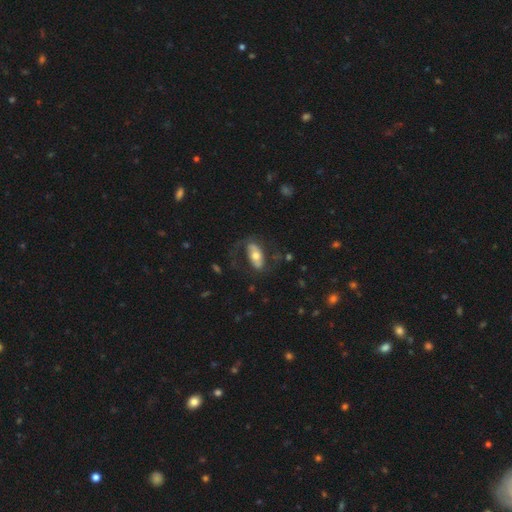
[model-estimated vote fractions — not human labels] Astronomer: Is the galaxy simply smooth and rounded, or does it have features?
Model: smooth — 48% (runner-up: featured or disk, 46%).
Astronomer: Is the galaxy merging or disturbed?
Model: none — 62%.